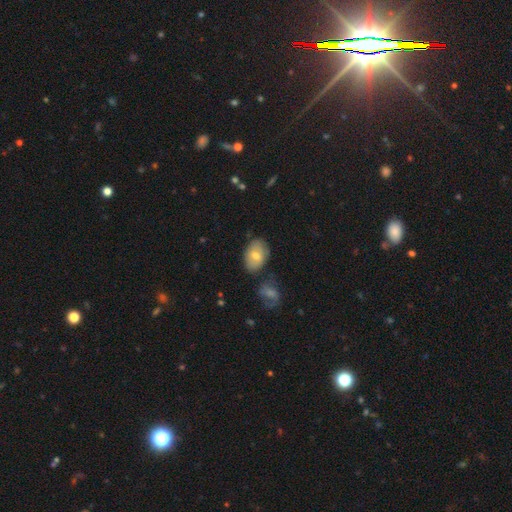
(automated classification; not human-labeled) Q: Smooth or featured?
A: smooth (67%); runner-up: featured or disk (25%)
Q: How rounded?
A: in between (85%); runner-up: round (14%)
Q: Merging?
A: none (69%); runner-up: minor disturbance (19%)